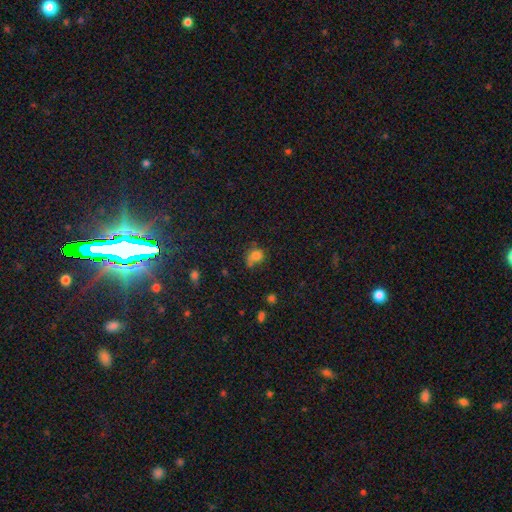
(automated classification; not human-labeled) Smooth or featured? Predicted: smooth (p=0.77). How rounded? Predicted: round (p=0.66). Merging? Predicted: none (p=0.43).